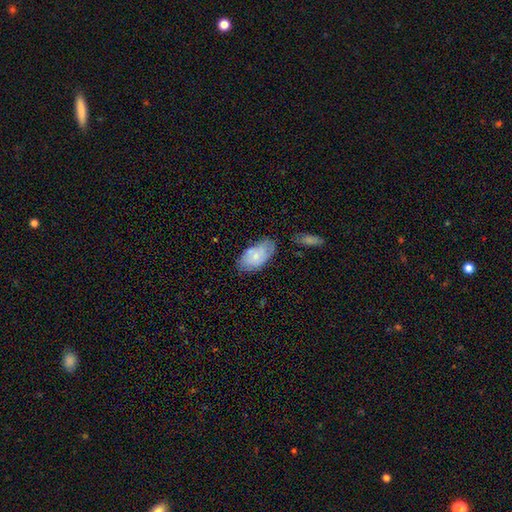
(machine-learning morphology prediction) type=smooth (62%); roundness=in between (94%); merging=none (65%).